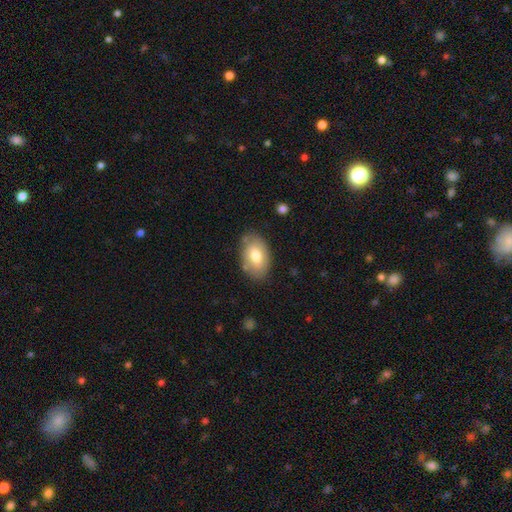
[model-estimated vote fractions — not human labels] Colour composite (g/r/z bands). It shows a smooth galaxy with no disk features (74%) that is in between round and cigar-shaped (91%). Merging: none (79%).